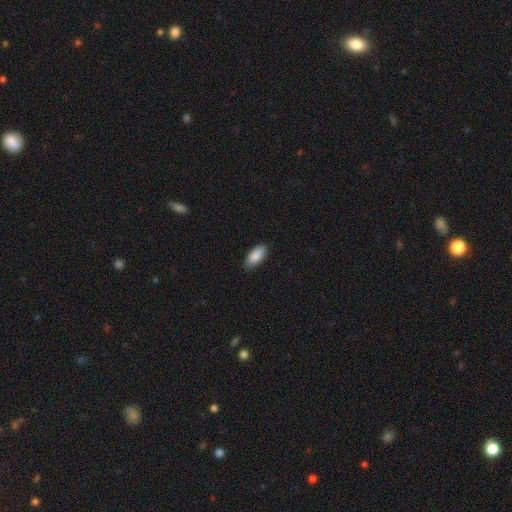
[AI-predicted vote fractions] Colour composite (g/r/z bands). It shows a smooth galaxy with no disk features (89%) that is in between round and cigar-shaped (91%). Merging: none (81%).